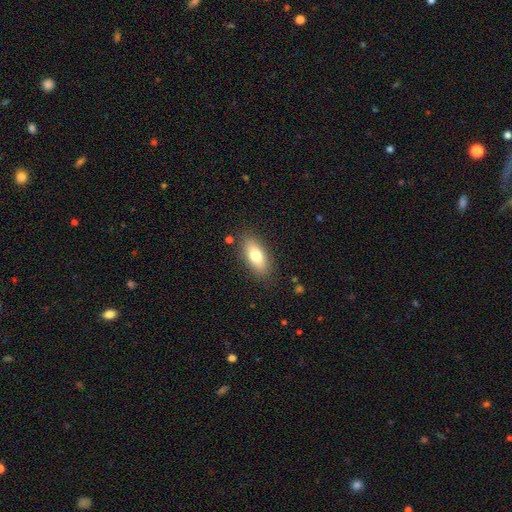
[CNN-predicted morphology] smooth 75%, featured or disk 18%, star or artifact 7%. Down the decision tree: how rounded — in between (85%); merging — none (85%).